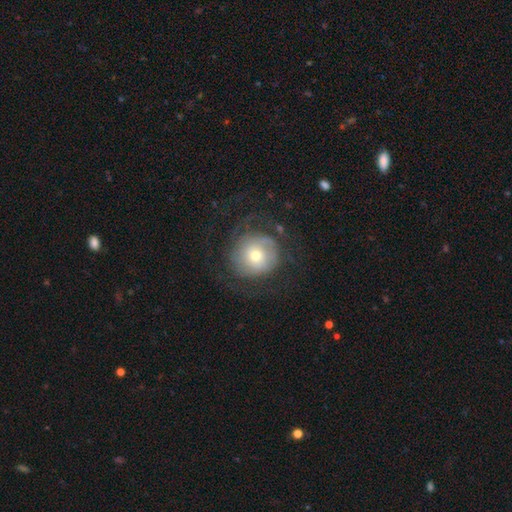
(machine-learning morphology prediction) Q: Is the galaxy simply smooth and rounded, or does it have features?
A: featured or disk — 53%.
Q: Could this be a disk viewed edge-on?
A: no — 97%.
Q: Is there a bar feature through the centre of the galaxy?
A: no — 79%.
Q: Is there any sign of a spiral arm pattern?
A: yes — 72%.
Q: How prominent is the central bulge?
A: moderate — 49%.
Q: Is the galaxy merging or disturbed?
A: none — 66%.